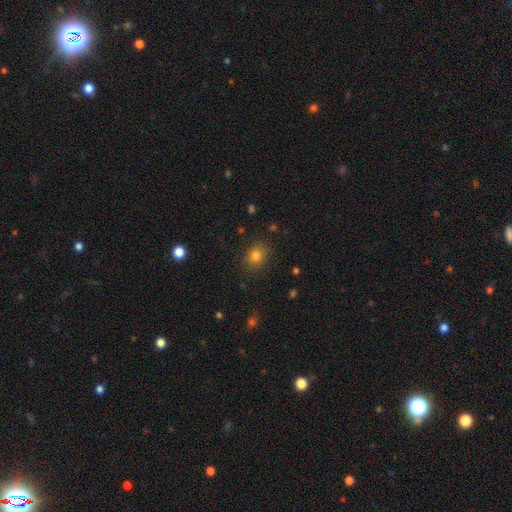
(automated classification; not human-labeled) Overall: smooth (79%). How rounded: round (63%; in between 36%). Merging: none (85%).